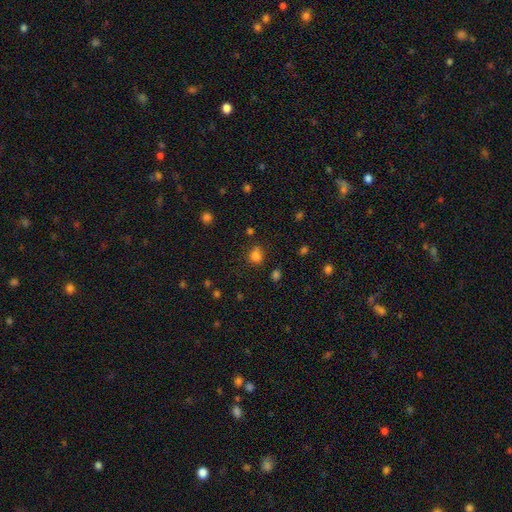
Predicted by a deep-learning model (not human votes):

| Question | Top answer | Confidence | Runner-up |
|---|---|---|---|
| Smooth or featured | smooth | 77% | star or artifact (17%) |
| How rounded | round | 67% | in between (32%) |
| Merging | none | 67% | minor disturbance (17%) |